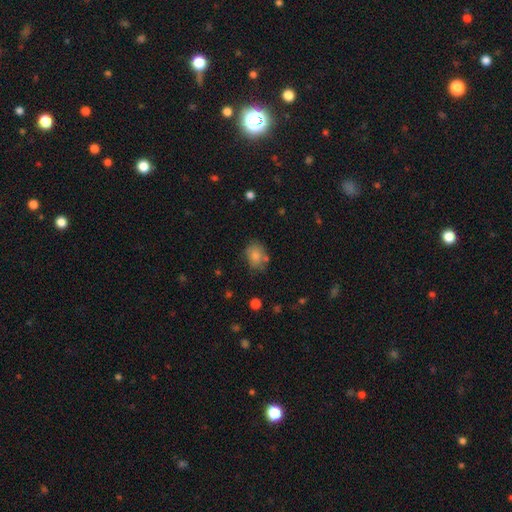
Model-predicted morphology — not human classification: Smooth or featured: smooth — 79% (featured or disk — 11%)
How rounded: in between — 59% (round — 39%)
Merging: none — 59% (minor disturbance — 23%)